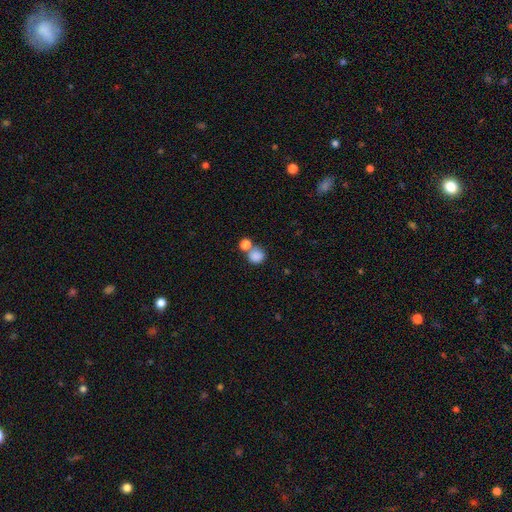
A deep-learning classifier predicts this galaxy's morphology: type=smooth (84%); roundness=round (84%); merging=none (52%).